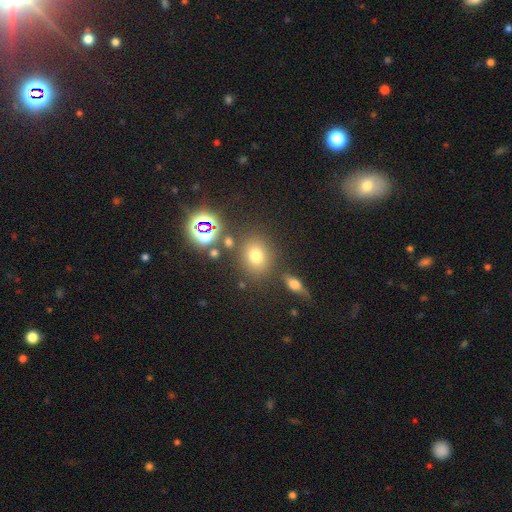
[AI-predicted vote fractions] This is likely a smooth galaxy (69%). How rounded: likely round (66%). Merging: likely none (78%).